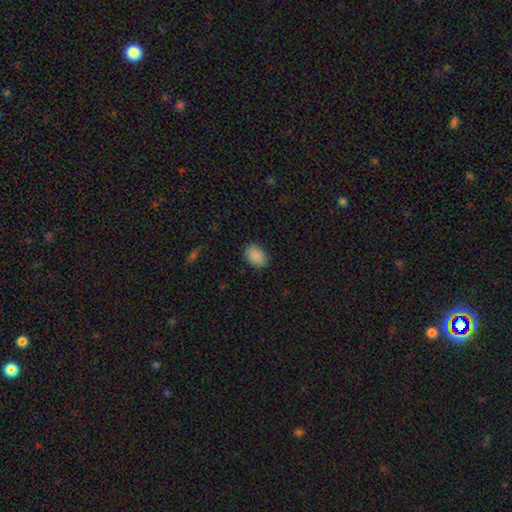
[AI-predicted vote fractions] Morphology: type=smooth (89%); roundness=in between (78%); merging=none (87%).